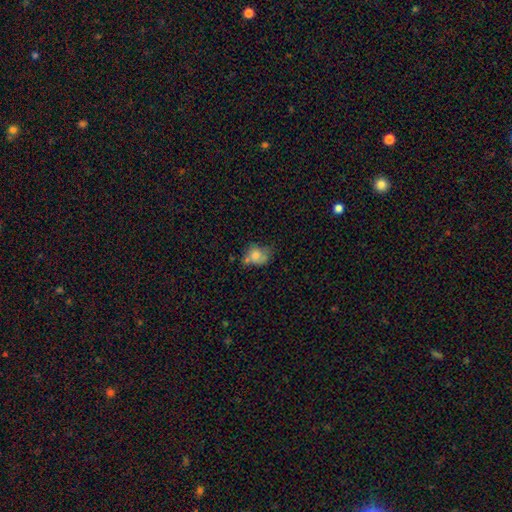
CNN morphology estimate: smooth 71%, featured or disk 19%, star or artifact 10%. Down the decision tree: how rounded — round (51%); merging — none (33%).